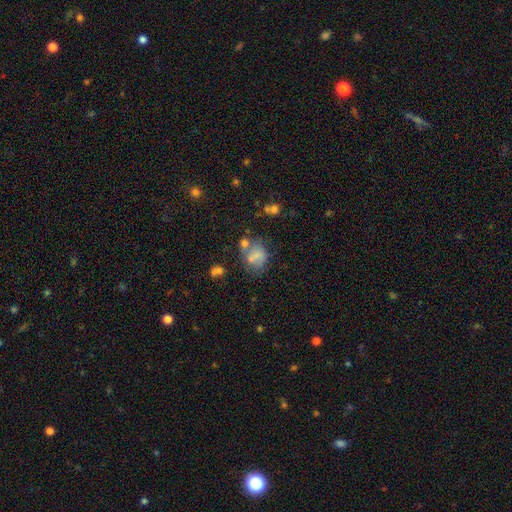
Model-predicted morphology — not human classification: This is likely a smooth galaxy (63%). How rounded: possibly round (51%). Merging: marginally none (43%).